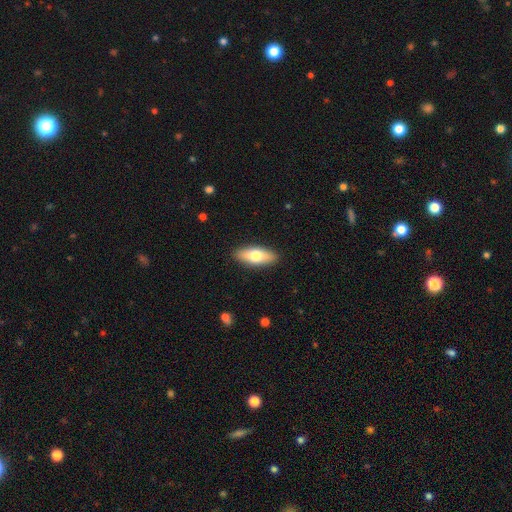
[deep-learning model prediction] A smooth galaxy with no disk features (70%) that is in between round and cigar-shaped (73%).

Vote fractions:
- Smooth or featured? smooth: 70% / featured or disk: 24% / star or artifact: 6%
- How rounded? in between: 73% / cigar-shaped: 25% / round: 3%
- Merging? none: 89% / minor disturbance: 8% / major disturbance: 2% / merger: 1%